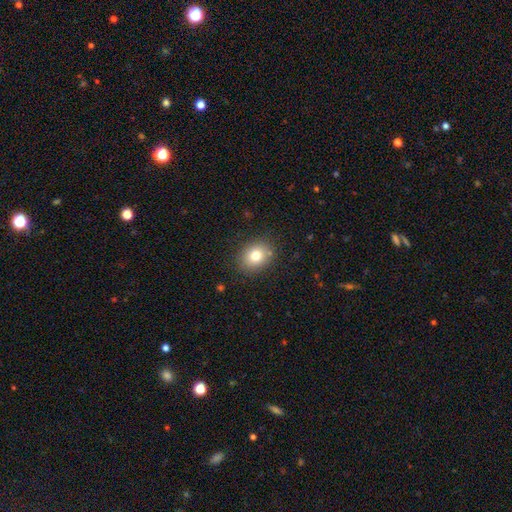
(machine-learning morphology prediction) Smooth or featured?
  - smooth: 79% *
  - star or artifact: 11%
  - featured or disk: 10%
How rounded?
  - round: 52% *
  - in between: 47%
  - cigar-shaped: 1%
Merging?
  - none: 86% *
  - minor disturbance: 10%
  - major disturbance: 3%
  - merger: 2%